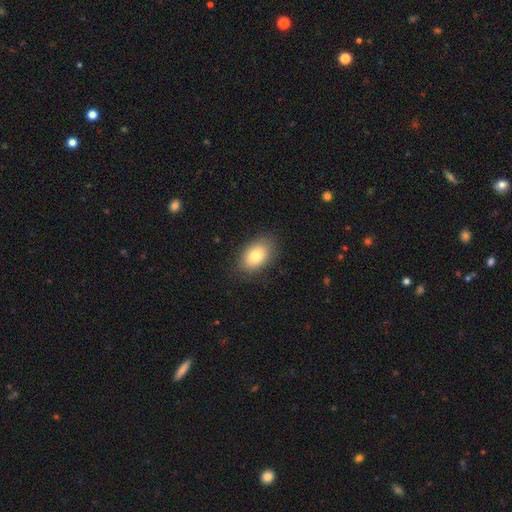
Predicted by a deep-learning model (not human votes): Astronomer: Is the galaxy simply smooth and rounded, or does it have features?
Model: smooth — 78%.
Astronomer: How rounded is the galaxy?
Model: in between — 88%.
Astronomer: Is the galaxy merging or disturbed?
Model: none — 84%.